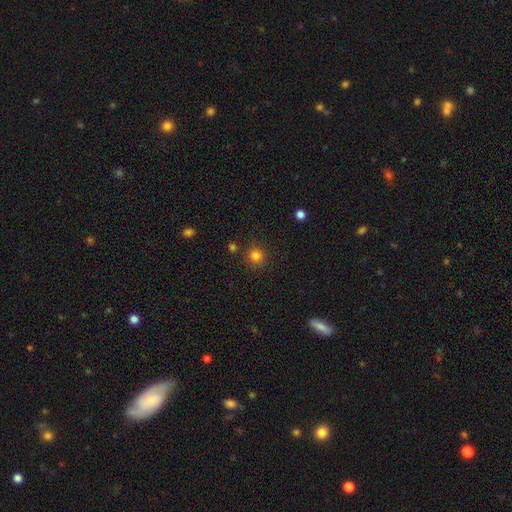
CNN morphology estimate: smooth-or-featured: smooth: 82% | star or artifact: 14% | featured or disk: 5%
  how-rounded: round: 92% | in between: 7% | cigar-shaped: 1%
  merging: none: 83% | minor disturbance: 9% | merger: 5% | major disturbance: 3%